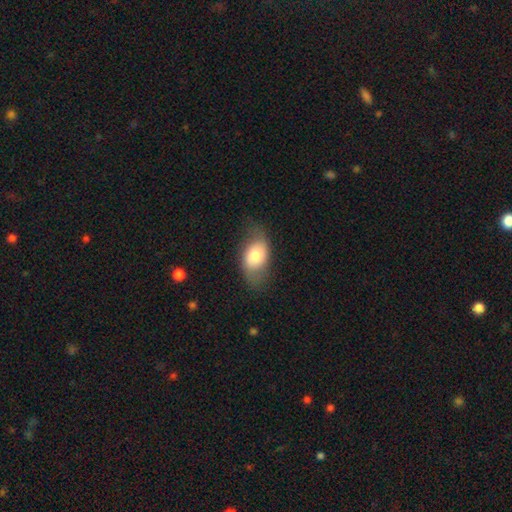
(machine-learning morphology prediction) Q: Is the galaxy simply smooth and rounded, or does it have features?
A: smooth — 71%.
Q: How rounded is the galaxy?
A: in between — 85%.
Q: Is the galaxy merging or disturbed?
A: none — 64%.